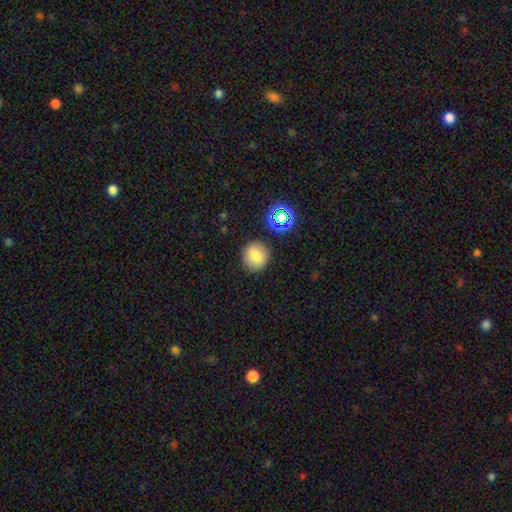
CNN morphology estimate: Smooth or featured?
  - smooth: 77% *
  - star or artifact: 13%
  - featured or disk: 10%
How rounded?
  - round: 86% *
  - in between: 13%
  - cigar-shaped: 1%
Merging?
  - none: 86% *
  - minor disturbance: 9%
  - merger: 3%
  - major disturbance: 3%